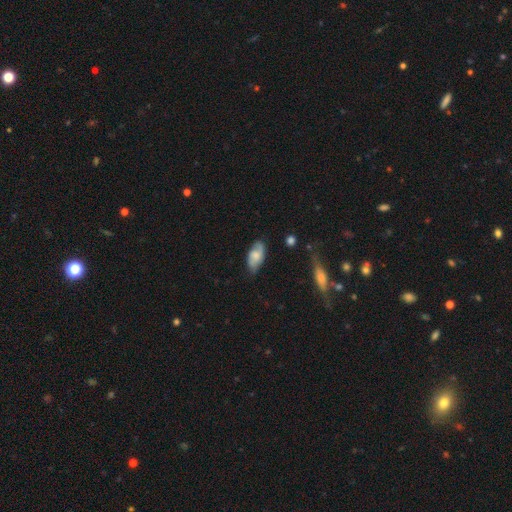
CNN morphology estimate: This is possibly a smooth galaxy (60%). How rounded: clearly in between (91%). Merging: likely none (71%).